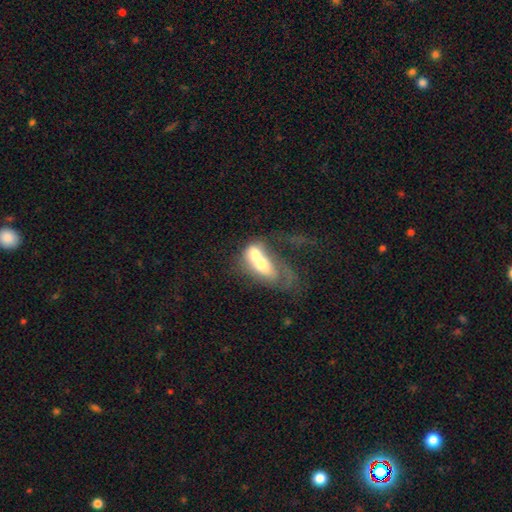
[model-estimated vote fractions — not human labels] This appears to be a smooth galaxy with no disk features (51%) that is in between round and cigar-shaped (76%). Merging: merger (71%).